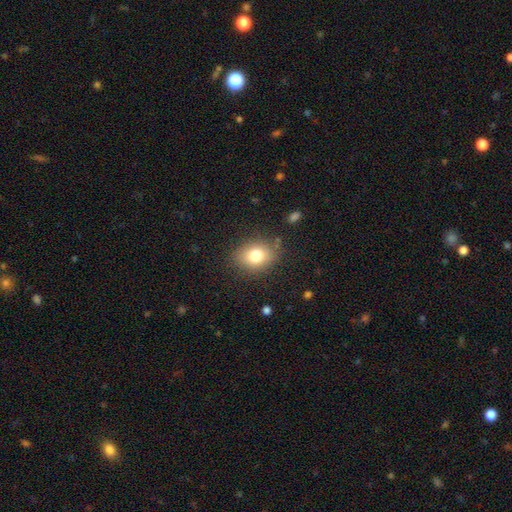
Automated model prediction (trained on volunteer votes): smooth 78%, featured or disk 11%, star or artifact 11%. Down the decision tree: how rounded — in between (57%); merging — none (83%).